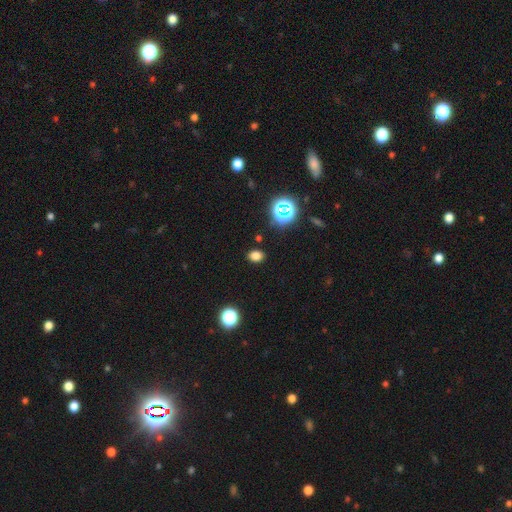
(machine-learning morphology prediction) This is likely a smooth galaxy (76%). How rounded: likely in between (64%). Merging: clearly none (88%).